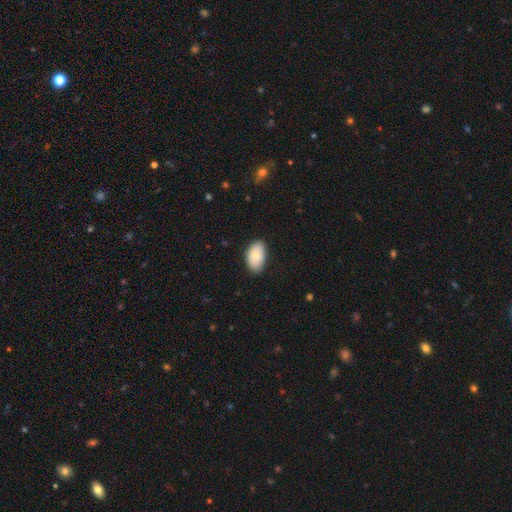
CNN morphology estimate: type=smooth (81%); roundness=in between (94%); merging=none (79%).